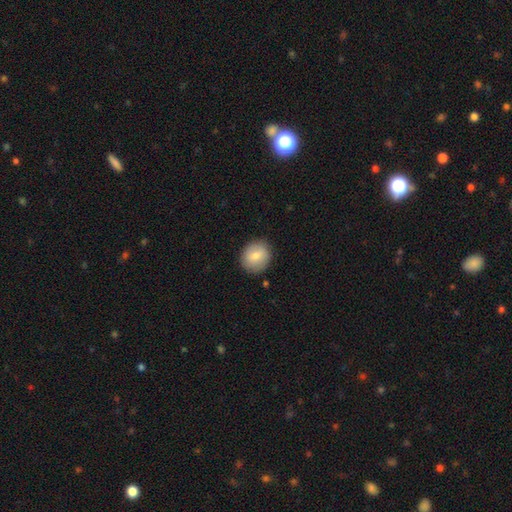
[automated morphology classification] A smooth galaxy with no disk features (80%) that is round (79%). Merging: none (87%).